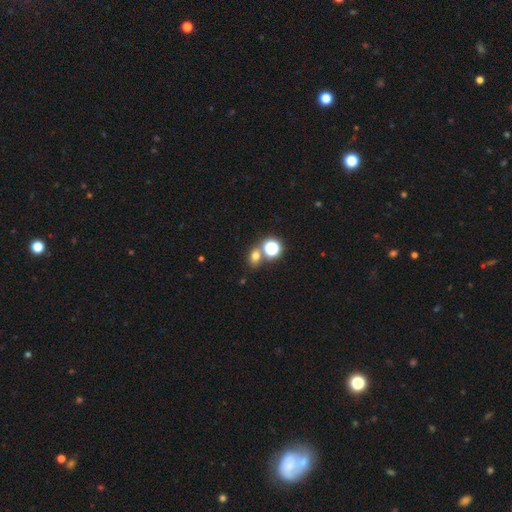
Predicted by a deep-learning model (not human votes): A smooth galaxy with no disk features (67%) that is in between round and cigar-shaped (51%). Merging: none (63%).